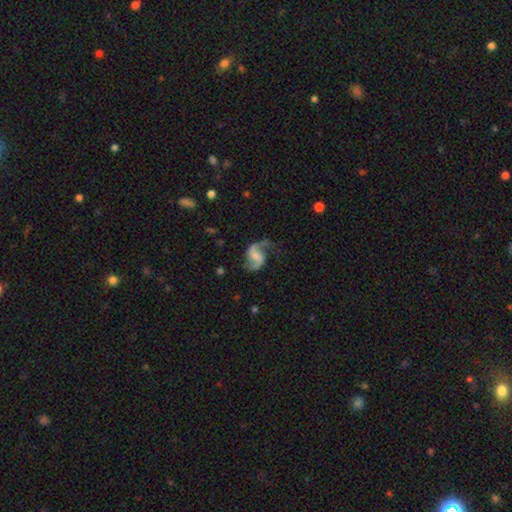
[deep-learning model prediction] Smooth or featured: featured or disk — 89% (smooth — 6%)
Edge-on disk: no — 98% (yes — 2%)
Bar: weak — 45% (no — 37%)
Spiral arms: yes — 97% (no — 3%)
Spiral winding: loose — 58% (medium — 36%)
Spiral arm count: 2 — 92% (1 — 3%)
Bulge size: none — 43% (small — 29%)
Merging: none — 71% (minor disturbance — 16%)